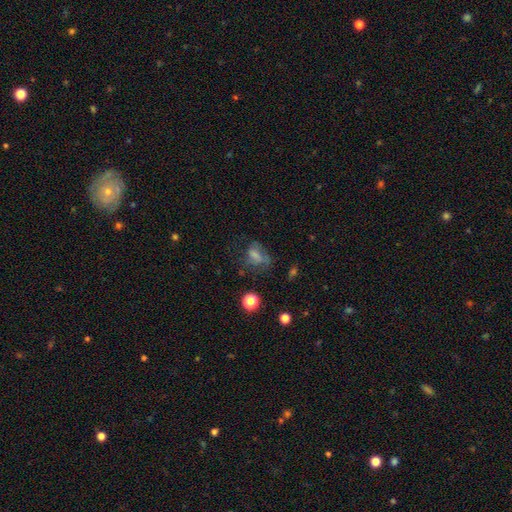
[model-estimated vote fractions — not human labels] Overall: smooth (58%; featured or disk 24%). How rounded: in between (69%). Merging: none (37%; major disturbance 34%).